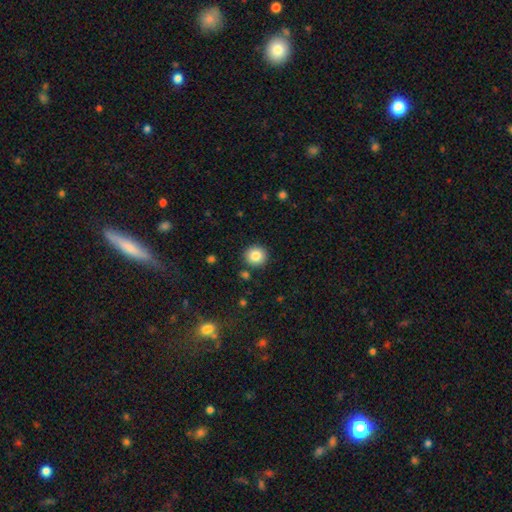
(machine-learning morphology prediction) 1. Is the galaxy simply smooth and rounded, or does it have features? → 84% smooth, 10% star or artifact, 6% featured or disk.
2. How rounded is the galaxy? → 92% round, 7% in between, 1% cigar-shaped.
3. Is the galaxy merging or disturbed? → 88% none, 7% minor disturbance, 3% merger, 2% major disturbance.